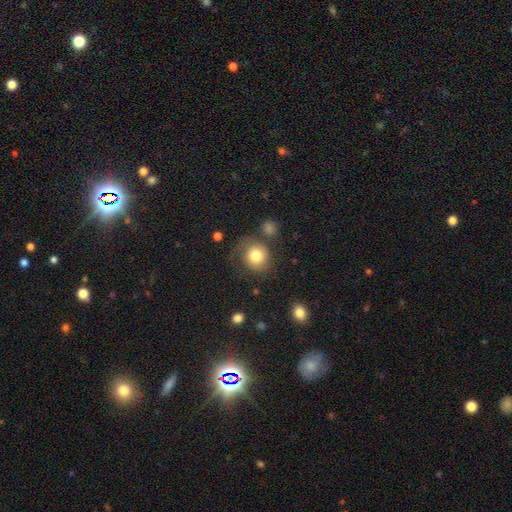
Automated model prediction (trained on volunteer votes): This is likely a smooth galaxy (77%). How rounded: clearly round (83%). Merging: likely none (61%).